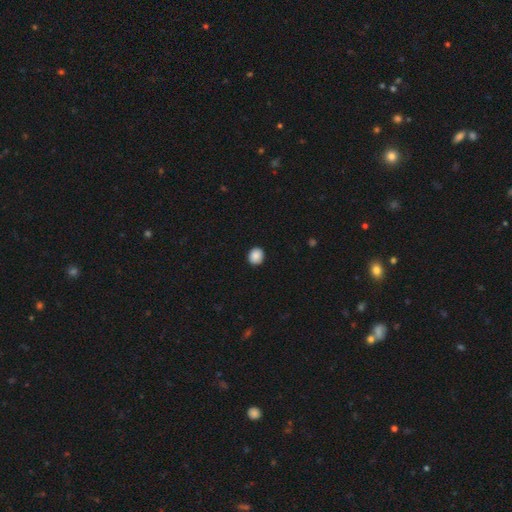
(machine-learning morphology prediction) type=smooth (89%); roundness=round (78%); merging=none (90%).